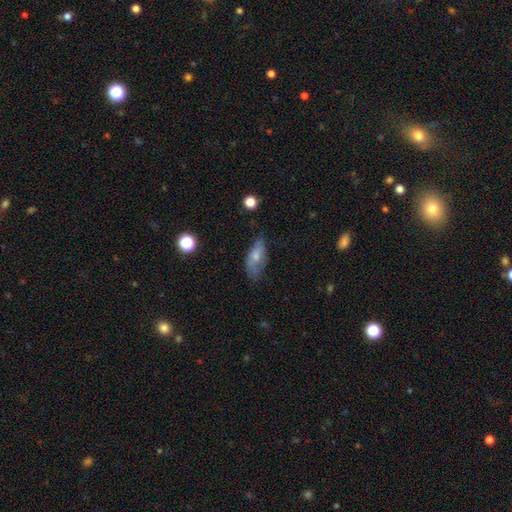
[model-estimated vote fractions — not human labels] Overall: smooth (65%; featured or disk 27%). How rounded: in between (85%). Merging: none (53%; minor disturbance 33%).